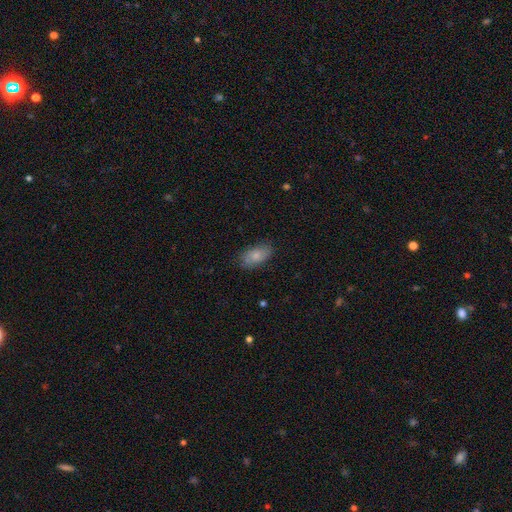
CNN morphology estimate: Smooth or featured? smooth (80%)
How rounded? in between (92%)
Merging? none (80%)